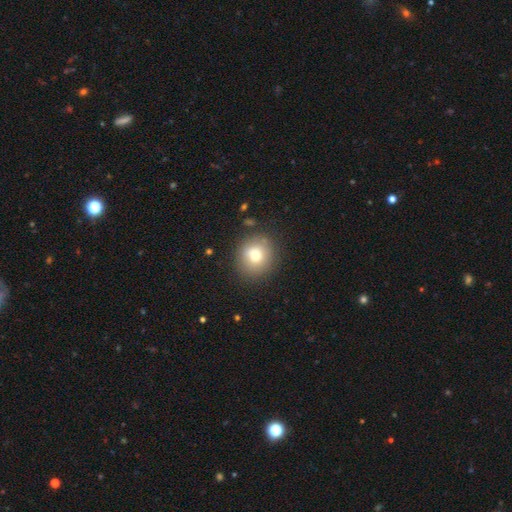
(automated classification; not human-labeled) Smooth or featured? Predicted: smooth (p=0.75). How rounded? Predicted: round (p=0.85). Merging? Predicted: none (p=0.84).